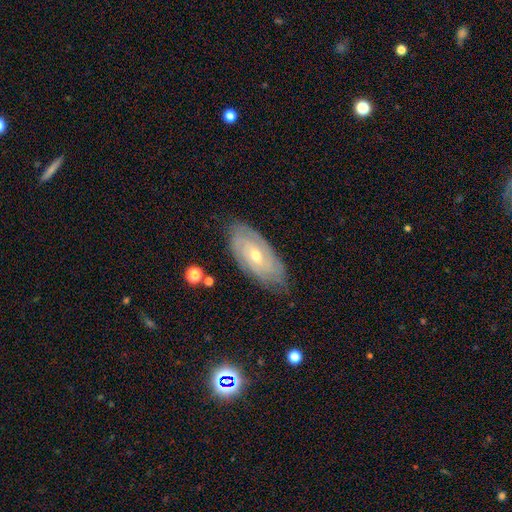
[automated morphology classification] Smooth or featured? Predicted: featured or disk (p=0.79). Edge-on disk? Predicted: no (p=0.92). Bar? Predicted: no (p=0.50). Spiral arms? Predicted: yes (p=0.92). Spiral winding? Predicted: tight (p=0.72). Spiral arm count? Predicted: can't tell (p=0.39). Bulge size? Predicted: moderate (p=0.54). Merging? Predicted: none (p=0.78).